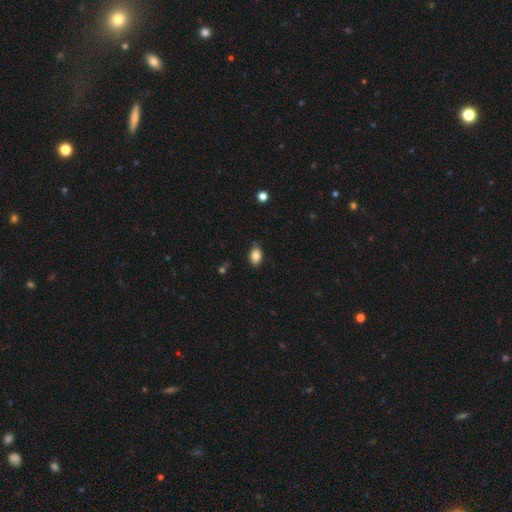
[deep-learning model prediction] smooth_or_featured: smooth (p=0.86) [alt: star or artifact p=0.09]
how_rounded: in between (p=0.80) [alt: round p=0.18]
merging: none (p=0.83) [alt: minor disturbance p=0.13]